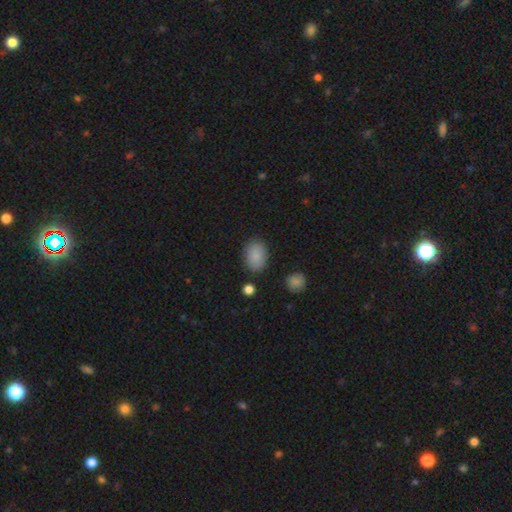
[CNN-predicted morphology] This appears to be a smooth galaxy with no disk features (88%) that is in between round and cigar-shaped (73%). Merging: none (83%).